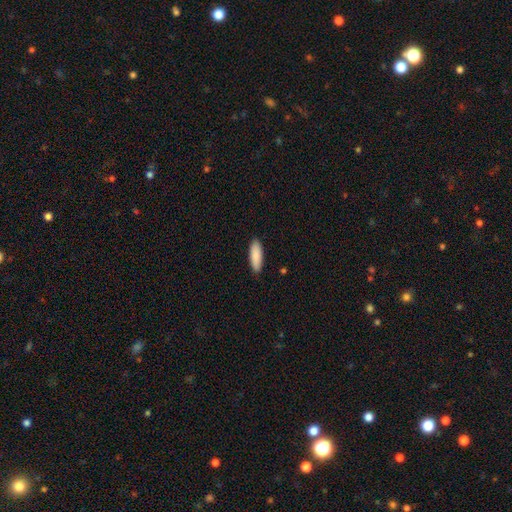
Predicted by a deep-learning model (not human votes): smooth 89%, featured or disk 6%, star or artifact 5%. Down the decision tree: how rounded — in between (57%); merging — none (89%).